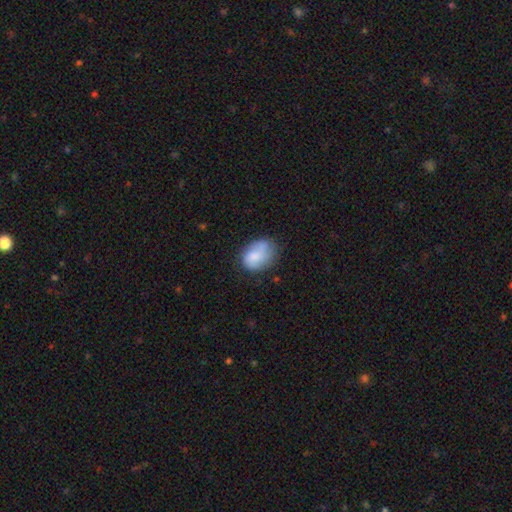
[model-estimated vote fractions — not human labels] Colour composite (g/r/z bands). It shows a smooth galaxy with no disk features (69%) that is in between round and cigar-shaped (71%). Merging: none (51%).